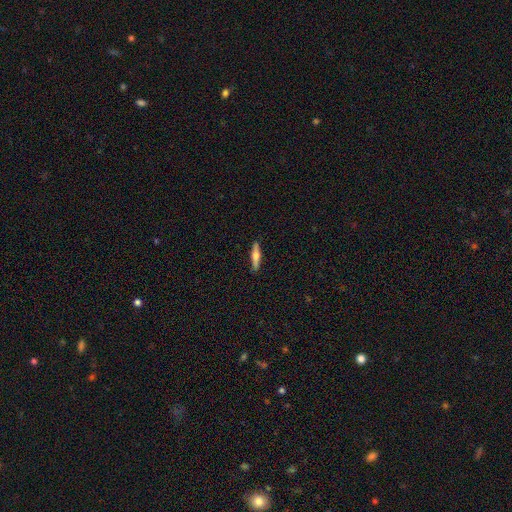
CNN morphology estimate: Smooth or featured? featured or disk (47%, tied with smooth)
Merging? none (89%)